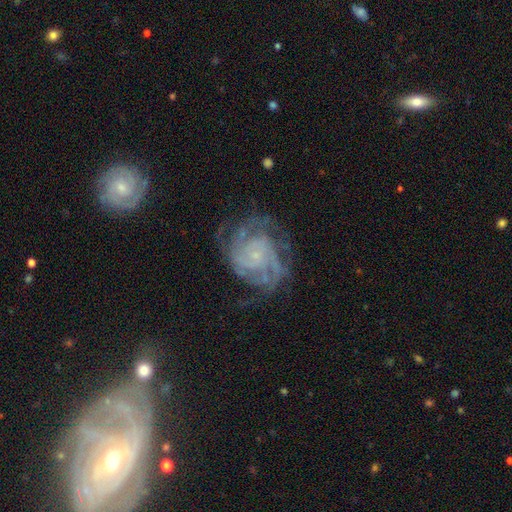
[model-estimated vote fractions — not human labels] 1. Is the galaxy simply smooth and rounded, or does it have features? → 87% featured or disk, 7% star or artifact, 6% smooth.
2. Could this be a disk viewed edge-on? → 98% no, 2% yes.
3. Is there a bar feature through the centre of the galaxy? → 74% no, 21% weak, 5% strong.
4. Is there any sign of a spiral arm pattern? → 97% yes, 3% no.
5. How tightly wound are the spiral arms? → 63% tight, 30% medium, 6% loose.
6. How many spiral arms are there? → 24% can't tell, 23% 3, 19% 2, 18% 4, 8% more than 4, 7% 1.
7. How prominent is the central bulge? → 78% small, 10% none, 10% moderate, 2% large, 1% dominant.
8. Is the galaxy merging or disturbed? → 69% none, 18% minor disturbance, 12% major disturbance, 2% merger.